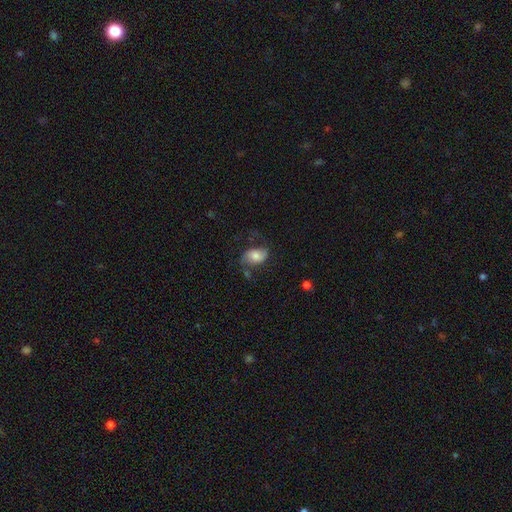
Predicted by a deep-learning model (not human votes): Smooth or featured?
  - smooth: 46% *
  - featured or disk: 45%
  - star or artifact: 9%
Merging?
  - none: 53% *
  - minor disturbance: 24%
  - major disturbance: 20%
  - merger: 4%